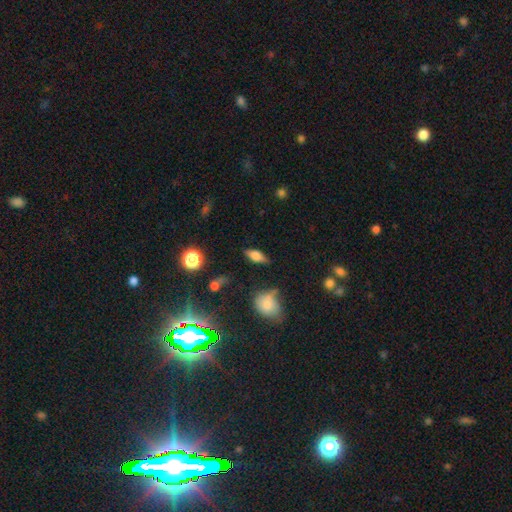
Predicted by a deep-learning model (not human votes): Smooth or featured? Predicted: smooth (p=0.57). How rounded? Predicted: in between (p=0.72). Merging? Predicted: none (p=0.79).